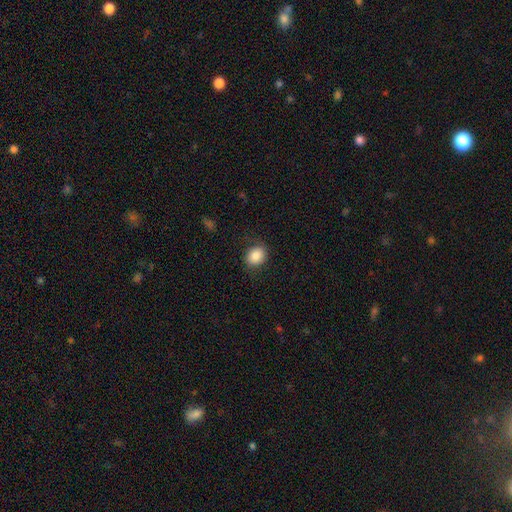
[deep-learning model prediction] A smooth galaxy with no disk features (85%) that is round (53%).

Vote fractions:
- Smooth or featured? smooth: 85% / star or artifact: 8% / featured or disk: 6%
- How rounded? round: 53% / in between: 46% / cigar-shaped: 1%
- Merging? none: 81% / minor disturbance: 14% / major disturbance: 5% / merger: 1%